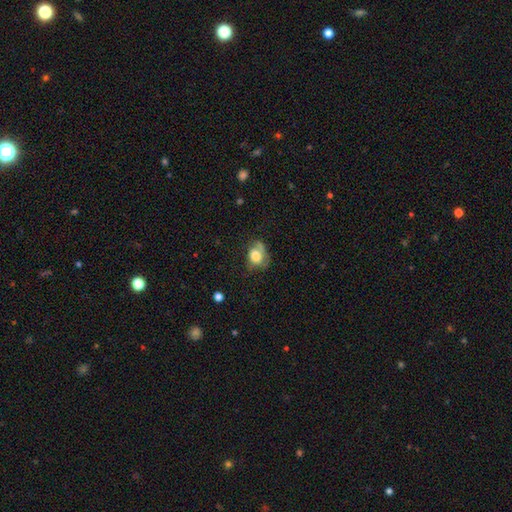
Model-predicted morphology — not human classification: The model was most divided on "merging": none: 36%, minor disturbance: 32%, major disturbance: 25%, merger: 7%. More confident: smooth or featured — smooth (69%); how rounded — in between (65%).